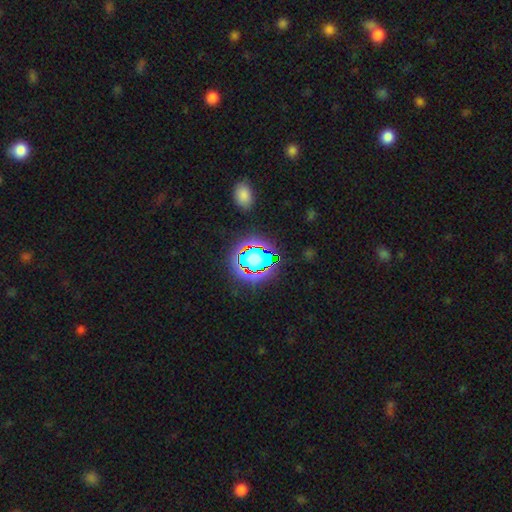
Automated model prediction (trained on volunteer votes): This appears to be a star or artifact, not a galaxy (52%).